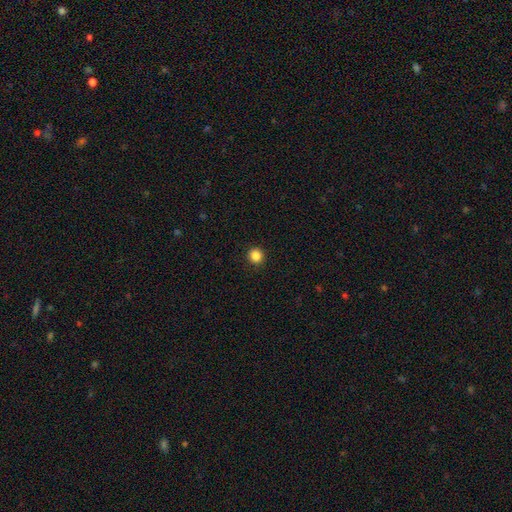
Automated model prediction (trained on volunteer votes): Smooth or featured?
  - smooth: 86% *
  - star or artifact: 11%
  - featured or disk: 3%
How rounded?
  - round: 94% *
  - in between: 6%
  - cigar-shaped: 1%
Merging?
  - none: 93% *
  - minor disturbance: 5%
  - major disturbance: 2%
  - merger: 1%